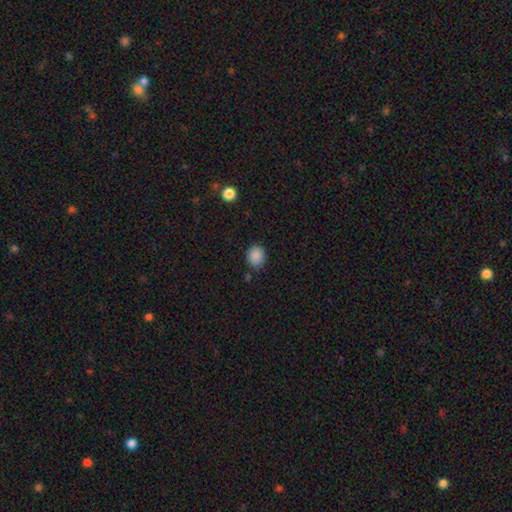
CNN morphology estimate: Smooth or featured: smooth — 88% (star or artifact — 9%)
How rounded: round — 64% (in between — 35%)
Merging: none — 82% (minor disturbance — 12%)